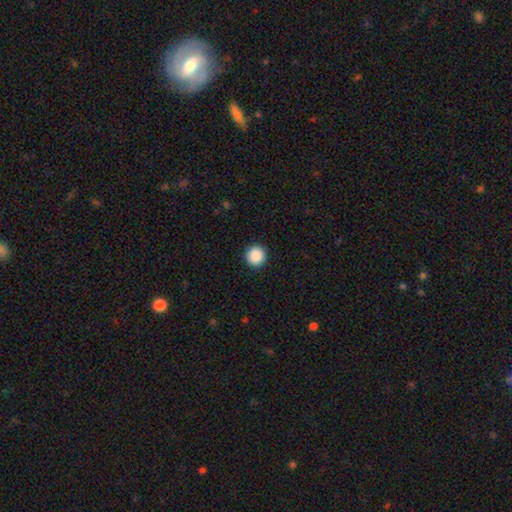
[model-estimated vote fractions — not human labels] Smooth or featured? smooth (89%)
How rounded? round (94%)
Merging? none (93%)